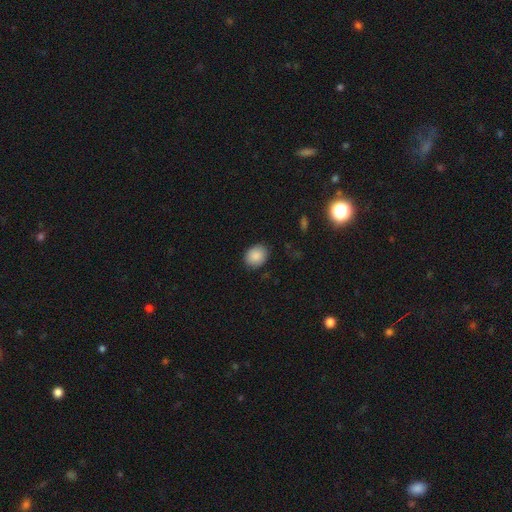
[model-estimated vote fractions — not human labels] Q: Smooth or featured?
A: smooth (88%); runner-up: star or artifact (8%)
Q: How rounded?
A: round (53%); runner-up: in between (46%)
Q: Merging?
A: none (85%); runner-up: minor disturbance (12%)